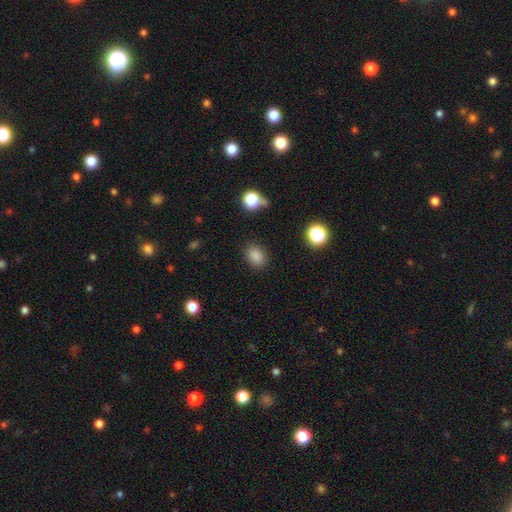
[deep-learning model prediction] This is clearly a smooth galaxy (84%). How rounded: possibly in between (59%). Merging: clearly none (84%).